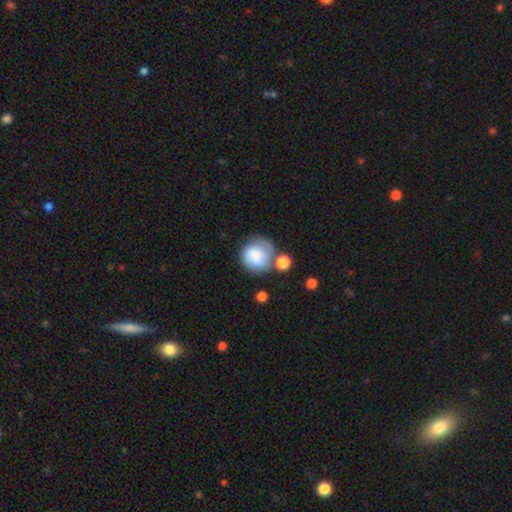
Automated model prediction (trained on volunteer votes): Smooth or featured? smooth (69%)
How rounded? round (85%)
Merging? none (48%)